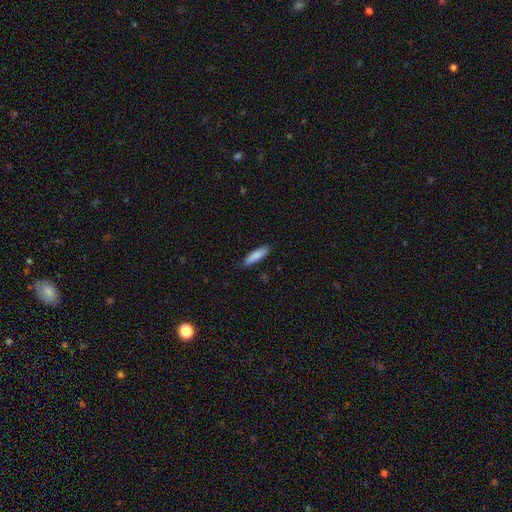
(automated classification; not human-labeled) This is clearly a smooth galaxy (86%). How rounded: likely cigar-shaped (72%). Merging: clearly none (86%).